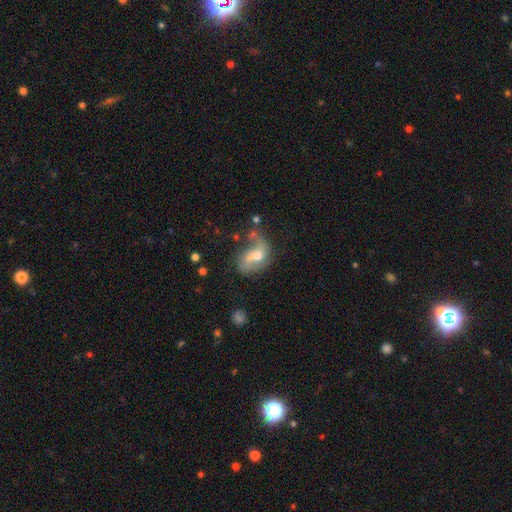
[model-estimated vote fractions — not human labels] Smooth or featured: featured or disk — 61% (smooth — 29%)
Edge-on disk: no — 96% (yes — 4%)
Bar: no — 45% (weak — 43%)
Spiral arms: yes — 74% (no — 26%)
Bulge size: moderate — 49% (small — 29%)
Merging: none — 33% (major disturbance — 28%)